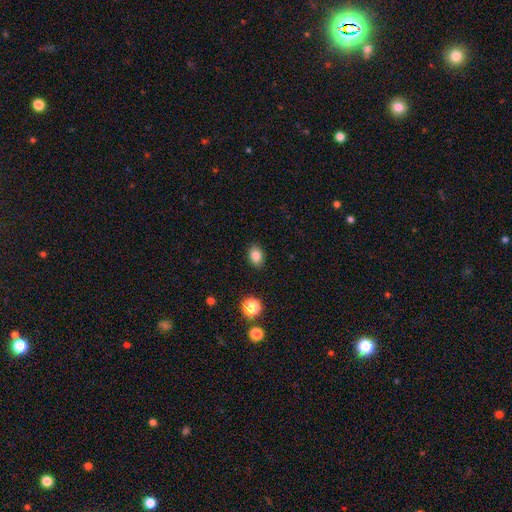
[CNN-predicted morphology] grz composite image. It shows a smooth galaxy with no disk features (83%) that is in between round and cigar-shaped (75%). Merging: none (88%).